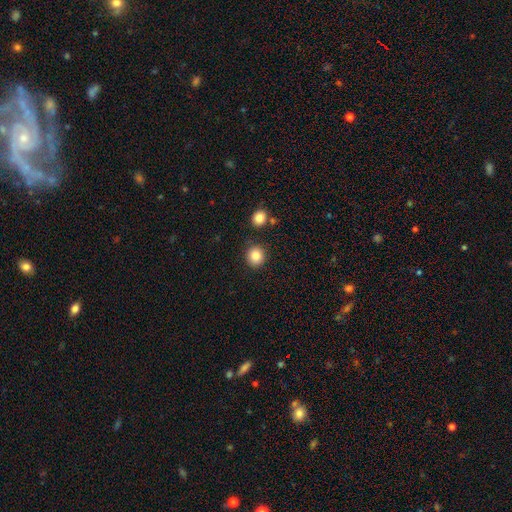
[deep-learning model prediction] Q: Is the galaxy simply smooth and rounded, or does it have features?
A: smooth — 84%.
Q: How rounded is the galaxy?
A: round — 89%.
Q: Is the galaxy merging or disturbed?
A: none — 87%.